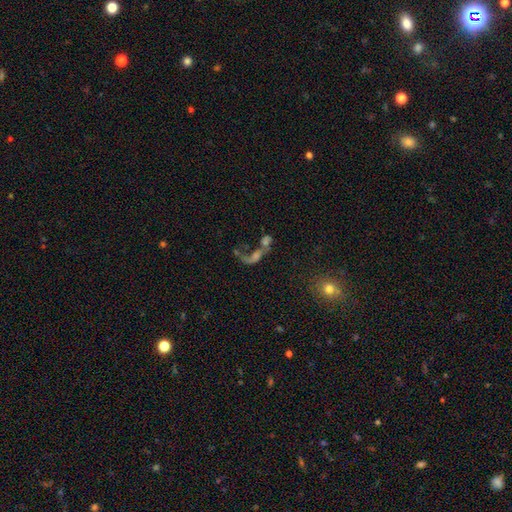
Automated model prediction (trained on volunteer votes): A featured or disk galaxy (49%).

Vote fractions:
- Smooth or featured? featured or disk: 49% / smooth: 30% / star or artifact: 21%
- Merging? merger: 48% / major disturbance: 24% / none: 20% / minor disturbance: 8%